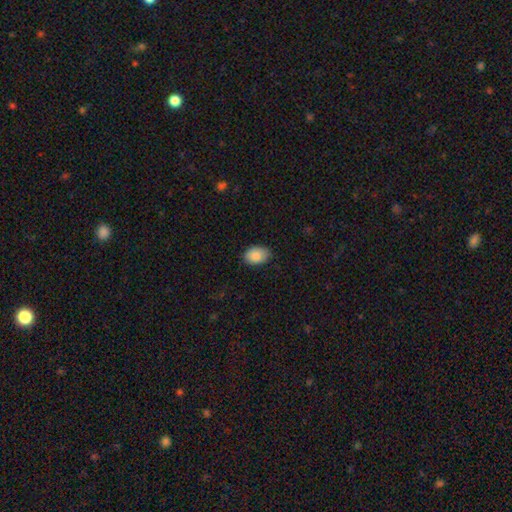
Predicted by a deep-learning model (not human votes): smooth 87%, star or artifact 7%, featured or disk 6%. Down the decision tree: how rounded — in between (85%); merging — none (83%).